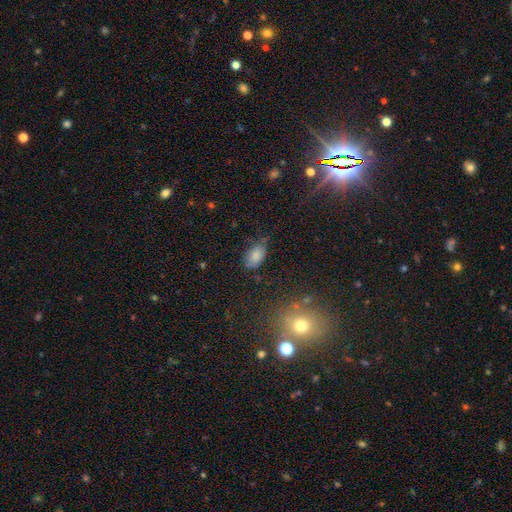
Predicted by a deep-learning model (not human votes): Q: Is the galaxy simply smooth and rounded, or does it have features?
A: smooth — 79%.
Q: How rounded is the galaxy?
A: in between — 90%.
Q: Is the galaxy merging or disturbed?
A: none — 52%.